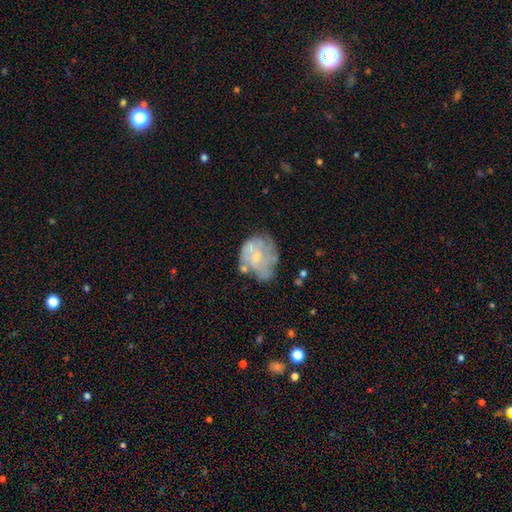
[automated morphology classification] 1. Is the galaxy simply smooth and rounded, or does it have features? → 60% featured or disk, 32% smooth, 8% star or artifact.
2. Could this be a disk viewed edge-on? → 98% no, 2% yes.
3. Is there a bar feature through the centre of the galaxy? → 71% no, 25% weak, 4% strong.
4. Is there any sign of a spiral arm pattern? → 55% yes, 45% no.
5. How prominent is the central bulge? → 66% small, 23% moderate, 9% none, 1% large, 1% dominant.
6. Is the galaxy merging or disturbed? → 46% none, 28% minor disturbance, 17% major disturbance, 8% merger.